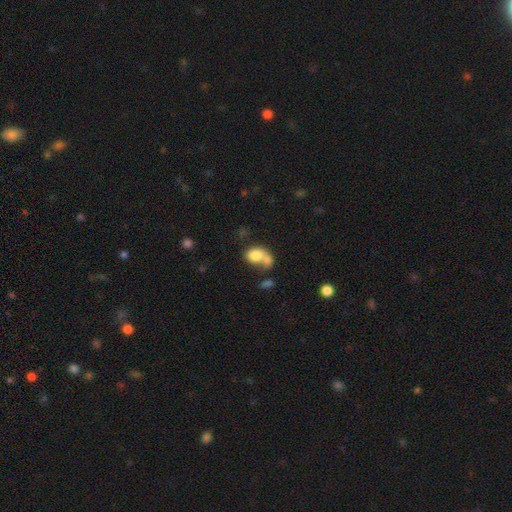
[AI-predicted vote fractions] Morphology: type=smooth (75%); roundness=in between (67%); merging=merger (60%).